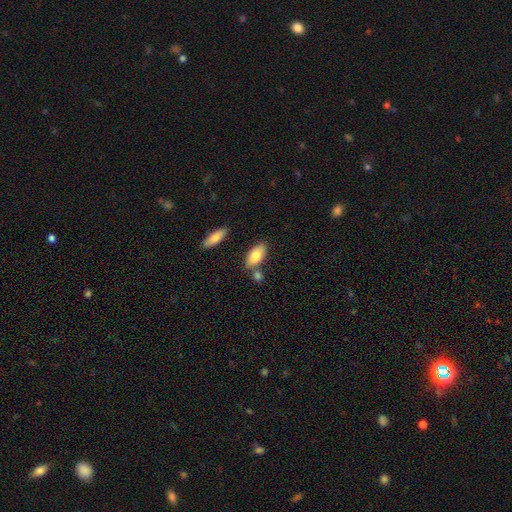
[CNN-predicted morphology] A smooth galaxy with no disk features (79%) that is in between round and cigar-shaped (90%). Merging: none (69%).